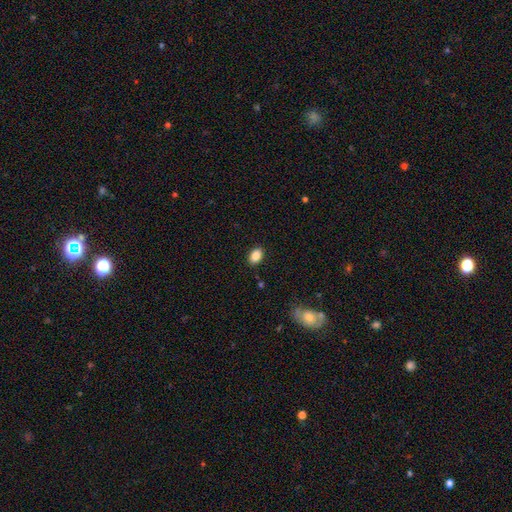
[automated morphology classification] type=smooth (86%); roundness=in between (85%); merging=none (88%).